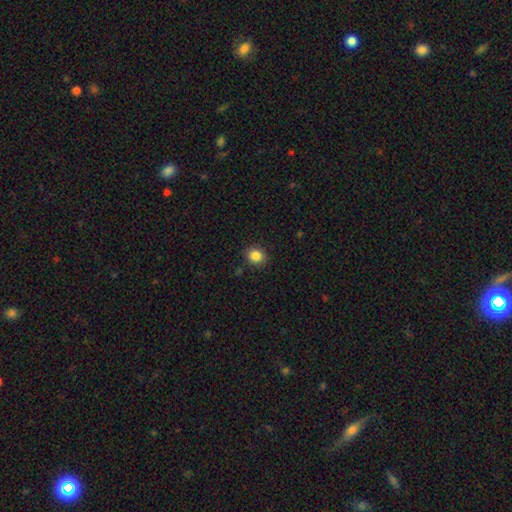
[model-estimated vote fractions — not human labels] smooth-or-featured: smooth: 86% | star or artifact: 10% | featured or disk: 4%
  how-rounded: round: 70% | in between: 29% | cigar-shaped: 1%
  merging: none: 88% | minor disturbance: 8% | major disturbance: 2% | merger: 1%